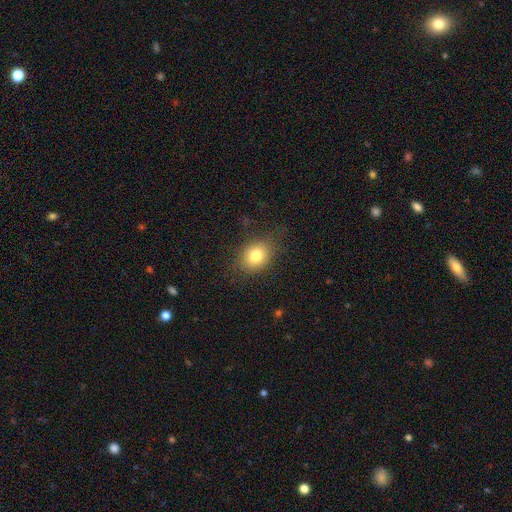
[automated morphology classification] Q: Smooth or featured?
A: smooth (79%); runner-up: star or artifact (11%)
Q: How rounded?
A: in between (52%); runner-up: round (47%)
Q: Merging?
A: none (79%); runner-up: minor disturbance (14%)